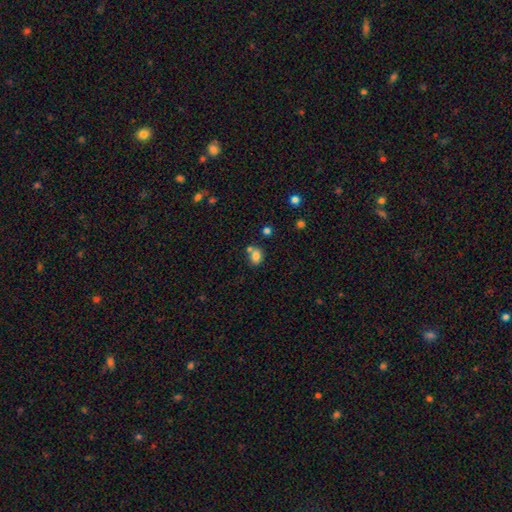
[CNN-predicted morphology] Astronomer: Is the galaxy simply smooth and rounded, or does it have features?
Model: smooth — 81%.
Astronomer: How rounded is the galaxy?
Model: in between — 56% (runner-up: round, 43%).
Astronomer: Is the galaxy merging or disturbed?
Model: none — 56%.